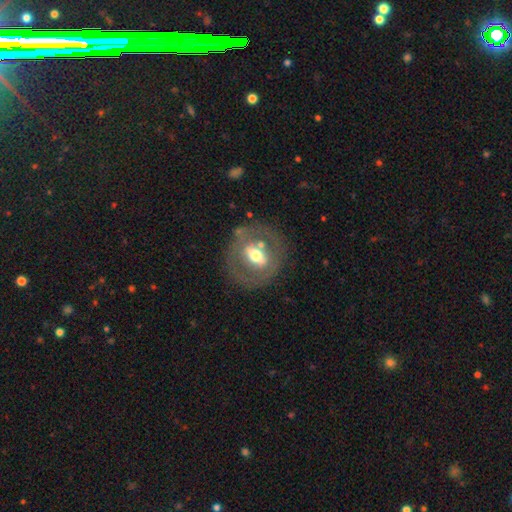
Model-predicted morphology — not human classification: Smooth or featured?
  - featured or disk: 61% *
  - smooth: 31%
  - star or artifact: 7%
Edge-on disk?
  - no: 91% *
  - yes: 9%
Bar?
  - no: 37% *
  - weak: 34%
  - strong: 29%
Spiral arms?
  - no: 81% *
  - yes: 19%
Bulge size?
  - moderate: 68% *
  - large: 18%
  - small: 11%
  - dominant: 1%
  - none: 1%
Merging?
  - none: 75% *
  - minor disturbance: 14%
  - major disturbance: 8%
  - merger: 4%